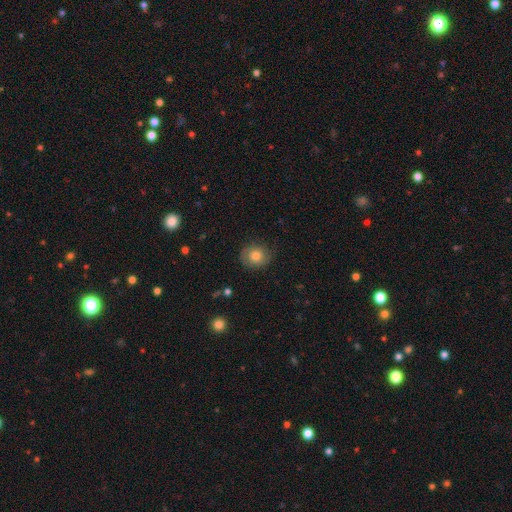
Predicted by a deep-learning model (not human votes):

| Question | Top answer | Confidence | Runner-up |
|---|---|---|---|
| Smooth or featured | smooth | 68% | featured or disk (23%) |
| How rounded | round | 76% | in between (23%) |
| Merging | none | 79% | minor disturbance (16%) |